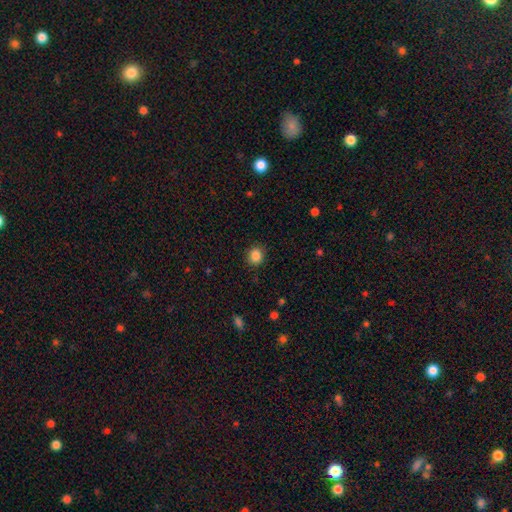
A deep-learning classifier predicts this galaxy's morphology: A smooth galaxy with no disk features (86%) that is round (78%).

Vote fractions:
- Smooth or featured? smooth: 86% / star or artifact: 10% / featured or disk: 4%
- How rounded? round: 78% / in between: 21% / cigar-shaped: 1%
- Merging? none: 89% / minor disturbance: 7% / major disturbance: 2% / merger: 1%